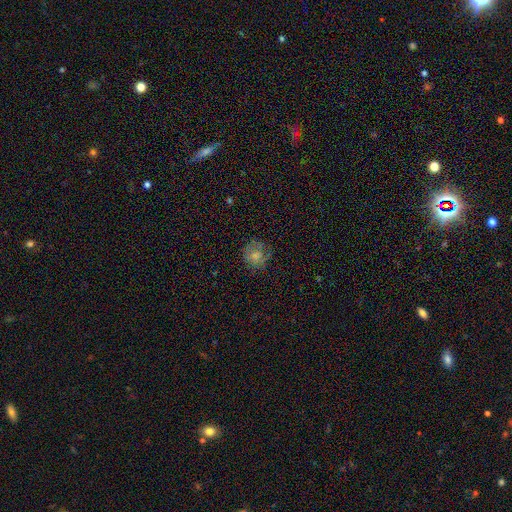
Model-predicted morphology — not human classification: Overall: smooth (53%; featured or disk 36%). How rounded: round (79%). Merging: none (62%).